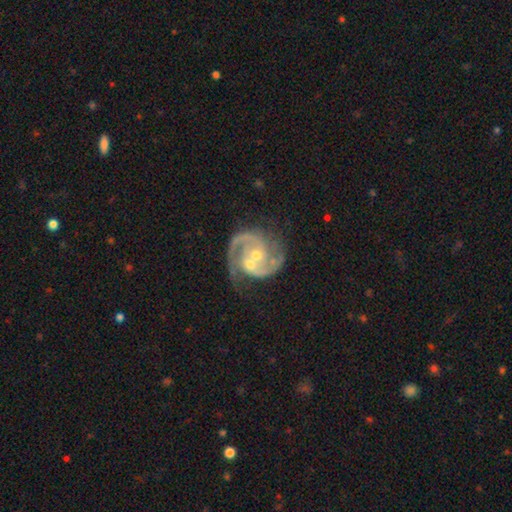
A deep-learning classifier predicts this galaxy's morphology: This appears to be a featured or disk galaxy (90%) with no bar (63%), 2 (89%) medium (57%) spiral arms (98%) and a moderate central bulge (53%). Merging: none (49%).